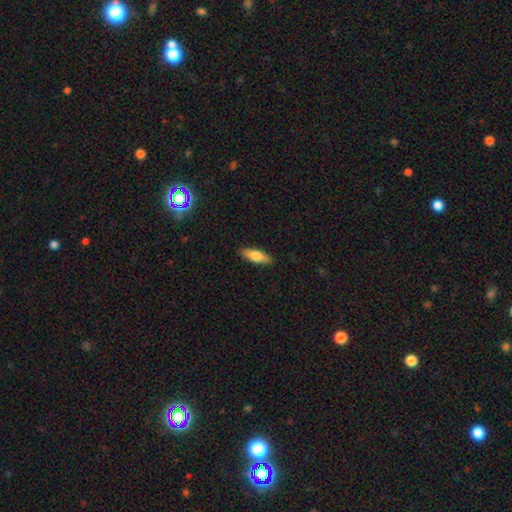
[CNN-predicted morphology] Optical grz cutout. It shows a smooth galaxy with no disk features (73%) that is in between round and cigar-shaped (57%). Merging: none (89%).